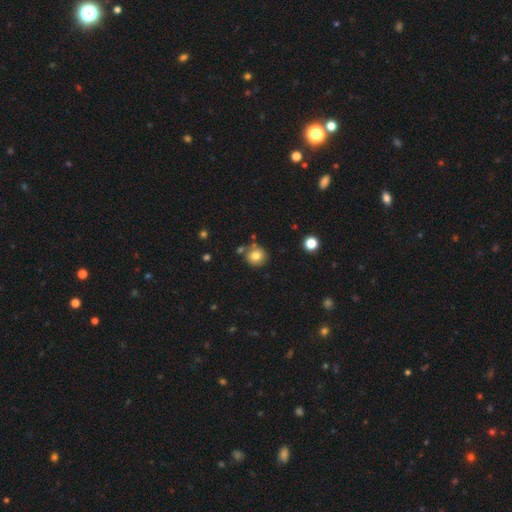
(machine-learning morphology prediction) A smooth galaxy with no disk features (79%) that is round (91%).

Vote fractions:
- Smooth or featured? smooth: 79% / star or artifact: 11% / featured or disk: 9%
- How rounded? round: 91% / in between: 8% / cigar-shaped: 1%
- Merging? none: 76% / merger: 11% / minor disturbance: 11% / major disturbance: 3%